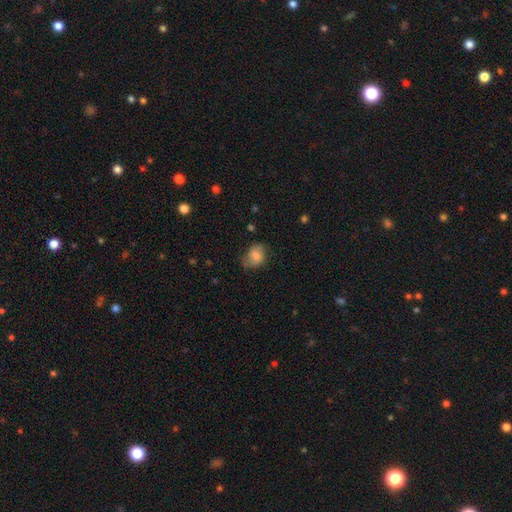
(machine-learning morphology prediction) This appears to be a smooth galaxy with no disk features (67%) that is in between round and cigar-shaped (56%). Merging: none (60%).